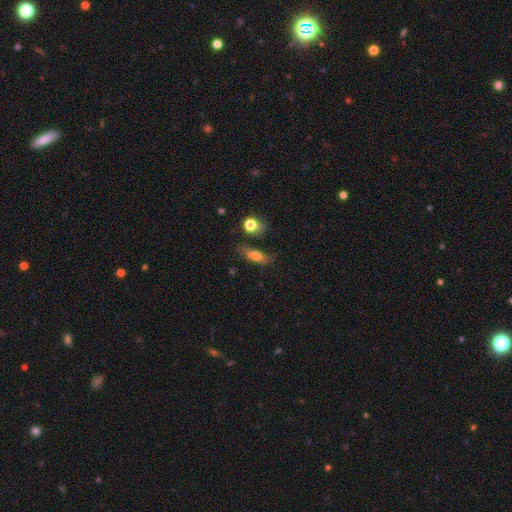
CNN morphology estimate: This appears to be a smooth galaxy with no disk features (66%) that is in between round and cigar-shaped (58%). Merging: none (57%).